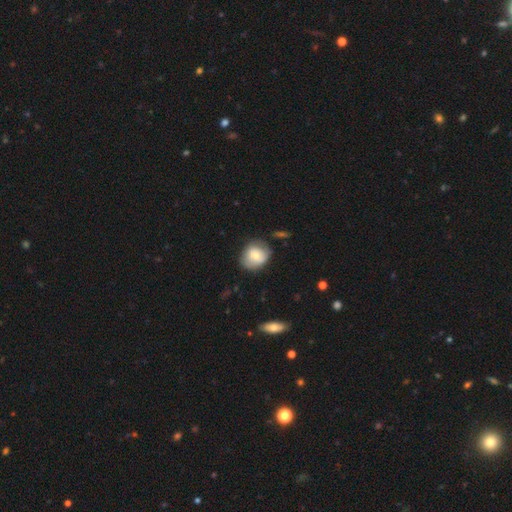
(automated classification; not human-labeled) The model was most divided on "how rounded": round: 66%, in between: 33%, cigar-shaped: 1%. More confident: merging — none (68%); smooth or featured — smooth (66%).